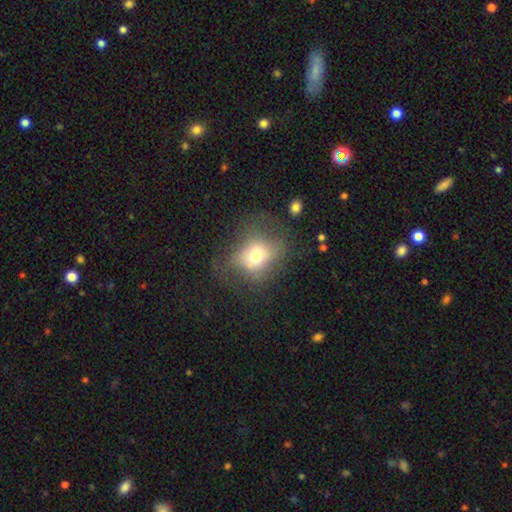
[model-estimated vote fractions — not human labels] smooth 63%, featured or disk 23%, star or artifact 14%. Down the decision tree: how rounded — round (55%); merging — none (51%).